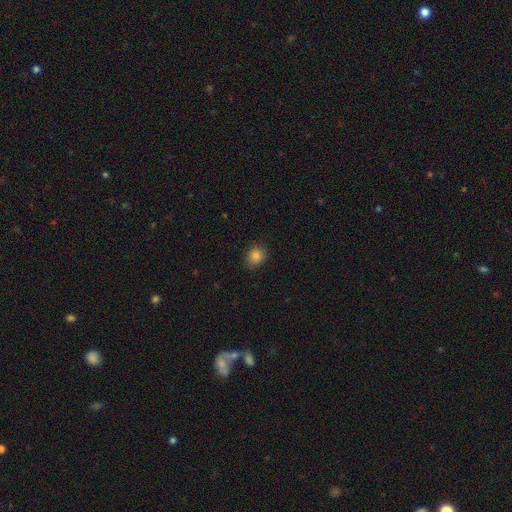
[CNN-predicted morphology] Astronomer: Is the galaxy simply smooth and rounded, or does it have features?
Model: smooth — 84%.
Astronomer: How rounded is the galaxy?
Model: round — 67%.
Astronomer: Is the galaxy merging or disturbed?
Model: none — 81%.